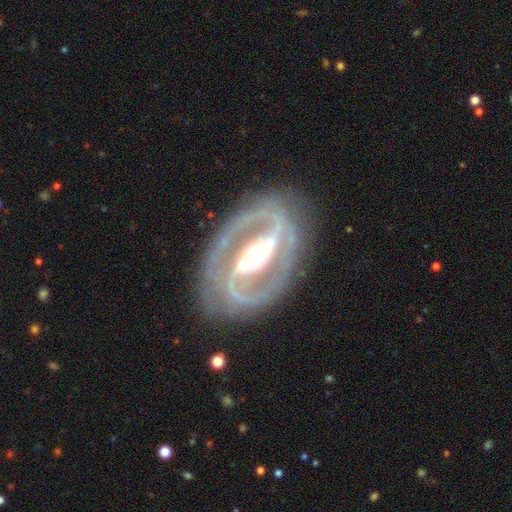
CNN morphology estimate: A featured or disk galaxy (91%) with a strong bar (65%), 2 (92%) medium (49%) spiral arms (95%) and a moderate central bulge (67%).

Vote fractions:
- Smooth or featured? featured or disk: 91% / star or artifact: 5% / smooth: 4%
- Edge-on disk? no: 96% / yes: 4%
- Bar? strong: 65% / weak: 22% / no: 13%
- Spiral arms? yes: 95% / no: 5%
- Spiral winding? medium: 49% / tight: 41% / loose: 10%
- Spiral arm count? 2: 92% / can't tell: 2% / 3: 2% / 1: 1% / 4: 1% / more than 4: 1%
- Bulge size? moderate: 67% / large: 16% / small: 14% / dominant: 2% / none: 1%
- Merging? none: 81% / minor disturbance: 12% / major disturbance: 5% / merger: 1%